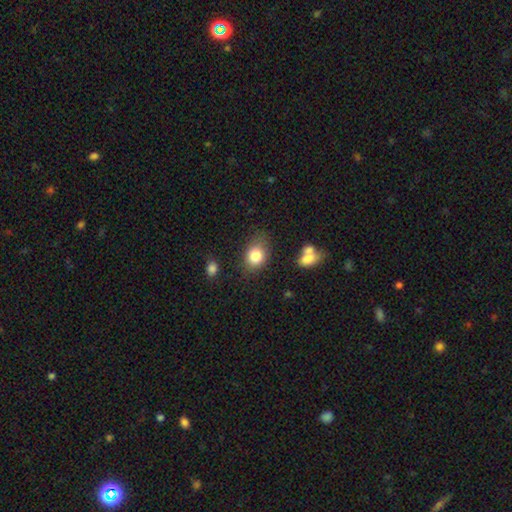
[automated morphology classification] This is clearly a smooth galaxy (81%). How rounded: possibly in between (58%). Merging: likely none (72%).